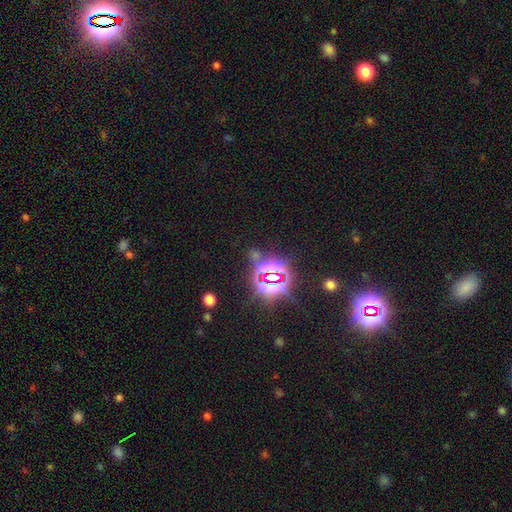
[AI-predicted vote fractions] A star or artifact, not a galaxy (80%).

Vote fractions:
- Smooth or featured? star or artifact: 80% / smooth: 12% / featured or disk: 8%